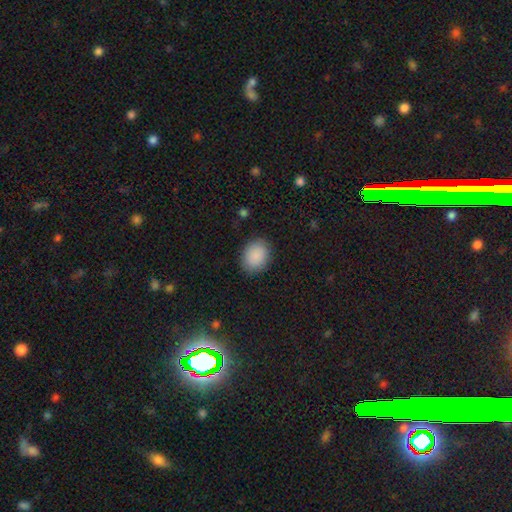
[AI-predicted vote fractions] smooth 90%, star or artifact 7%, featured or disk 3%. Down the decision tree: how rounded — in between (52%); merging — none (87%).